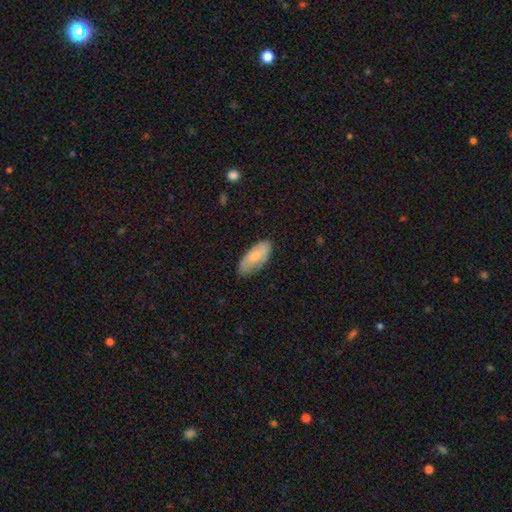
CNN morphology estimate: A smooth galaxy with no disk features (78%) that is in between round and cigar-shaped (87%).

Vote fractions:
- Smooth or featured? smooth: 78% / featured or disk: 16% / star or artifact: 6%
- How rounded? in between: 87% / cigar-shaped: 11% / round: 2%
- Merging? none: 73% / minor disturbance: 22% / major disturbance: 4% / merger: 1%